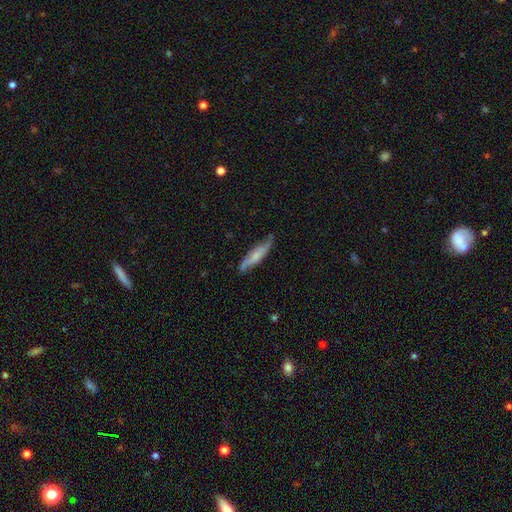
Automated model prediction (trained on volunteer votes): smooth 52%, featured or disk 42%, star or artifact 6%. Down the decision tree: how rounded — cigar-shaped (82%); merging — none (75%).